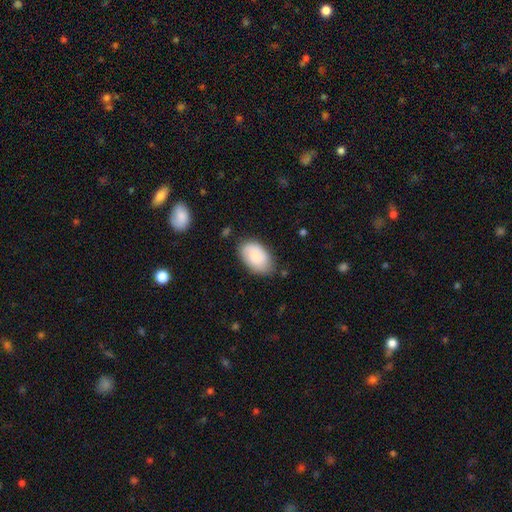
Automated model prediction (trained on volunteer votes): A smooth galaxy with no disk features (78%) that is in between round and cigar-shaped (91%). Merging: none (75%).